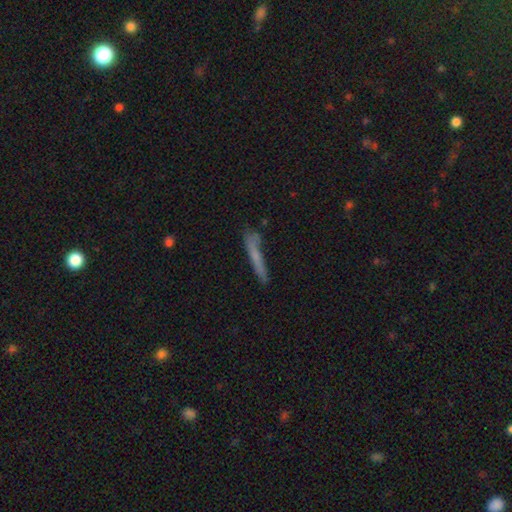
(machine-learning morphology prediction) This is likely a smooth galaxy (64%). How rounded: clearly cigar-shaped (94%). Merging: likely none (68%).